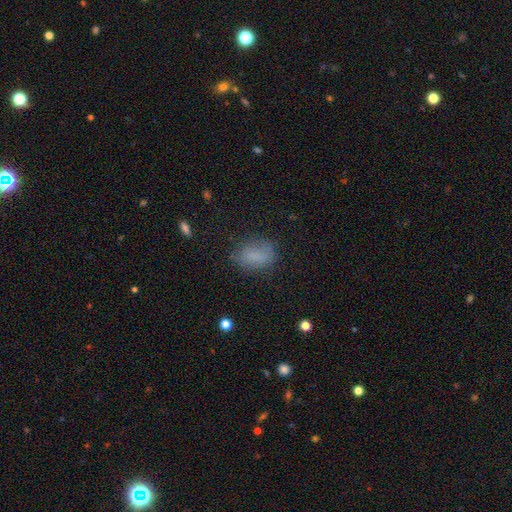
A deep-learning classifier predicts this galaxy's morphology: Q: Smooth or featured?
A: smooth (80%); runner-up: star or artifact (11%)
Q: How rounded?
A: in between (82%); runner-up: round (15%)
Q: Merging?
A: none (68%); runner-up: minor disturbance (22%)